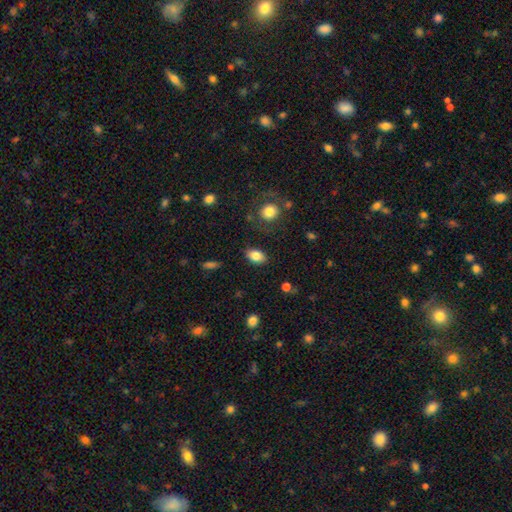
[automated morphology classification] Smooth or featured? Predicted: smooth (p=0.82). How rounded? Predicted: in between (p=0.85). Merging? Predicted: none (p=0.84).